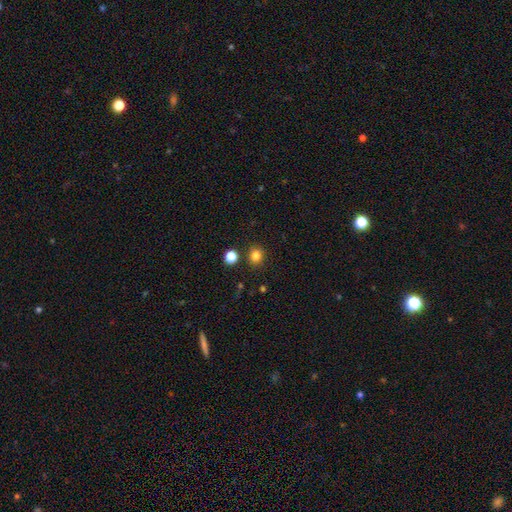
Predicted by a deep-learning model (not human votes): A smooth galaxy with no disk features (82%) that is round (85%).

Vote fractions:
- Smooth or featured? smooth: 82% / star or artifact: 13% / featured or disk: 5%
- How rounded? round: 85% / in between: 14% / cigar-shaped: 1%
- Merging? none: 87% / minor disturbance: 7% / merger: 4% / major disturbance: 2%